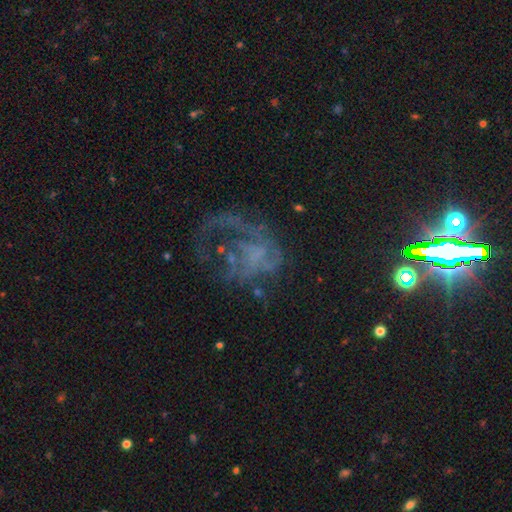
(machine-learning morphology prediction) Q: Smooth or featured?
A: featured or disk (65%); runner-up: star or artifact (18%)
Q: Edge-on disk?
A: no (98%); runner-up: yes (2%)
Q: Bar?
A: no (83%); runner-up: weak (14%)
Q: Spiral arms?
A: no (53%); runner-up: yes (47%)
Q: Bulge size?
A: none (74%); runner-up: small (12%)
Q: Merging?
A: major disturbance (53%); runner-up: none (29%)